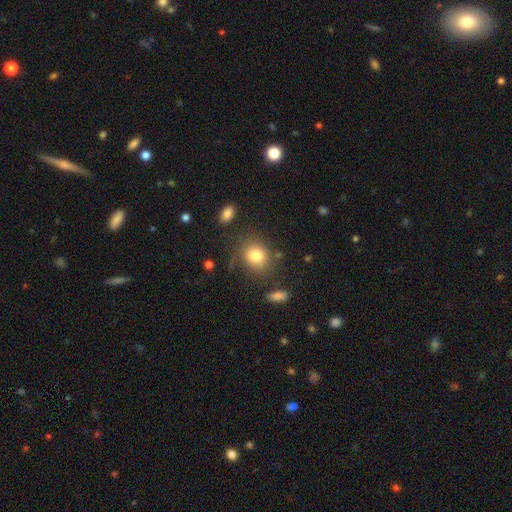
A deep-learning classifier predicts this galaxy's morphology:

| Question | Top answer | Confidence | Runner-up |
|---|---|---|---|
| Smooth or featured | smooth | 81% | star or artifact (10%) |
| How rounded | round | 68% | in between (31%) |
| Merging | none | 76% | minor disturbance (14%) |